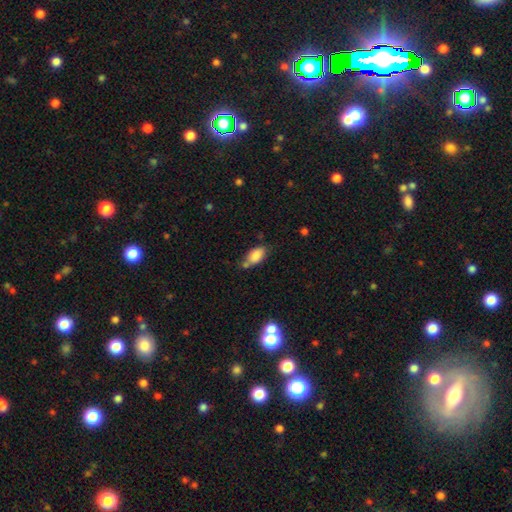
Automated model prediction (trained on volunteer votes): Smooth or featured? Predicted: smooth (p=0.84). How rounded? Predicted: in between (p=0.91). Merging? Predicted: none (p=0.54).